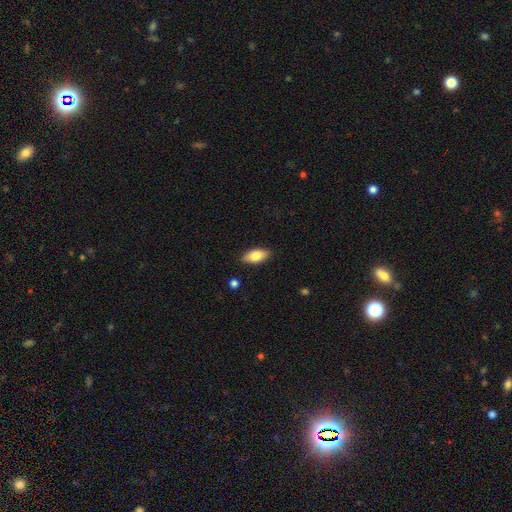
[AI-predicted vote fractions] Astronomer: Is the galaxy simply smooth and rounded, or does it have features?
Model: smooth — 81%.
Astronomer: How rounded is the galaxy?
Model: in between — 88%.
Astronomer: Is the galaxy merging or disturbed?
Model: none — 87%.